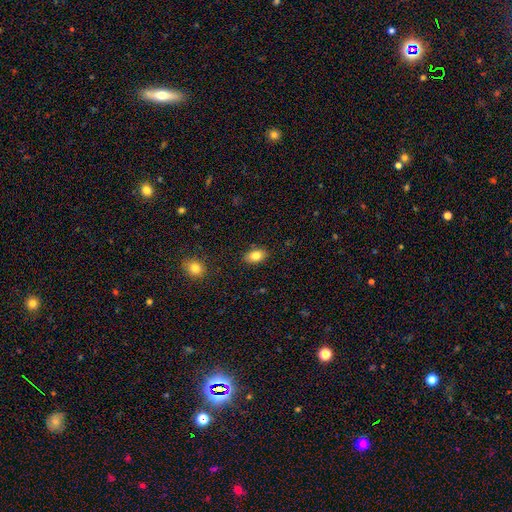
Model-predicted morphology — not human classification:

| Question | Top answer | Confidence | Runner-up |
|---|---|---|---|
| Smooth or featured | smooth | 82% | featured or disk (9%) |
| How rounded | in between | 86% | round (12%) |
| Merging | none | 86% | minor disturbance (10%) |